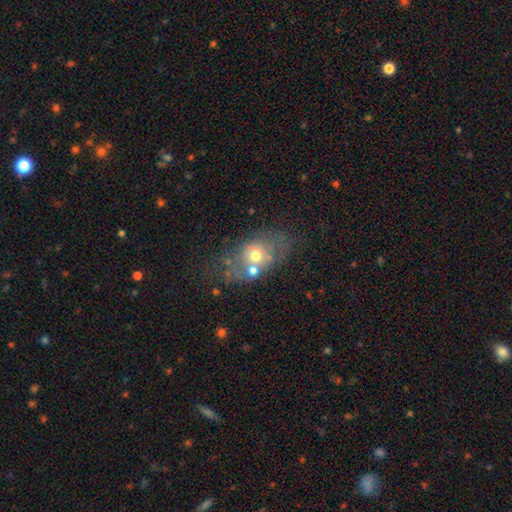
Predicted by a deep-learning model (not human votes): Smooth or featured?
  - smooth: 47% *
  - featured or disk: 39%
  - star or artifact: 14%
Merging?
  - none: 44% *
  - merger: 24%
  - minor disturbance: 18%
  - major disturbance: 14%